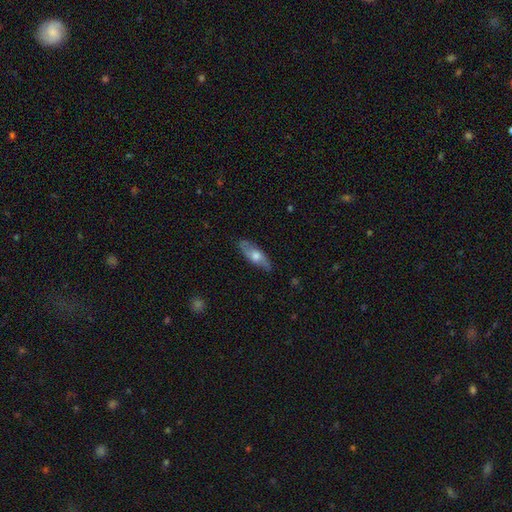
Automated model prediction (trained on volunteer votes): The model was most divided on "smooth or featured": featured or disk: 49%, smooth: 45%, star or artifact: 6%. More confident: merging — none (81%).